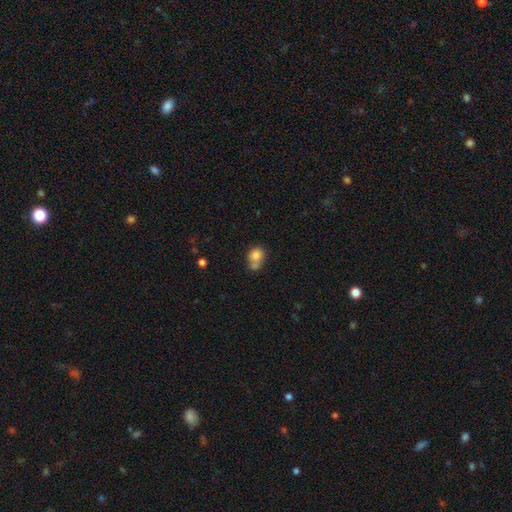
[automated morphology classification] This is likely a smooth galaxy (80%). How rounded: likely round (66%). Merging: marginally merger (42%).